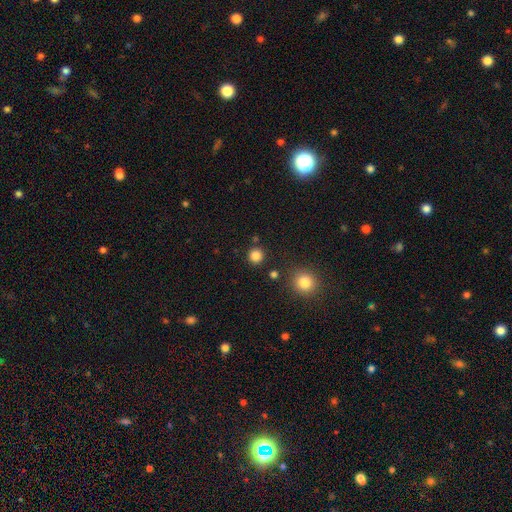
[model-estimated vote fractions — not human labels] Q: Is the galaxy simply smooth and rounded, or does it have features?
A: smooth — 84%.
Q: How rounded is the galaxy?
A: round — 94%.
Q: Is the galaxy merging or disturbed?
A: none — 89%.